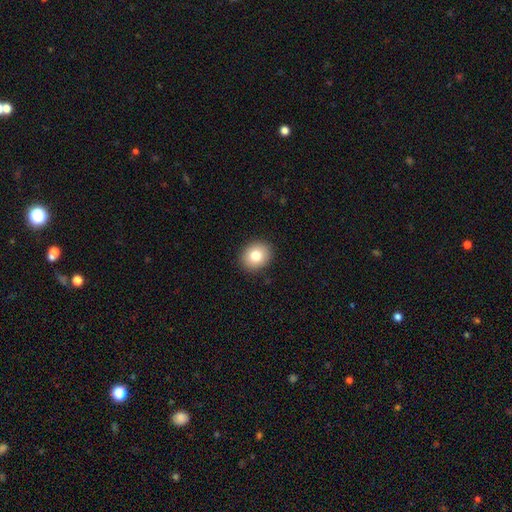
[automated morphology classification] Smooth or featured?
  - smooth: 80% *
  - featured or disk: 10%
  - star or artifact: 10%
How rounded?
  - round: 65% *
  - in between: 34%
  - cigar-shaped: 1%
Merging?
  - none: 91% *
  - minor disturbance: 6%
  - major disturbance: 2%
  - merger: 1%